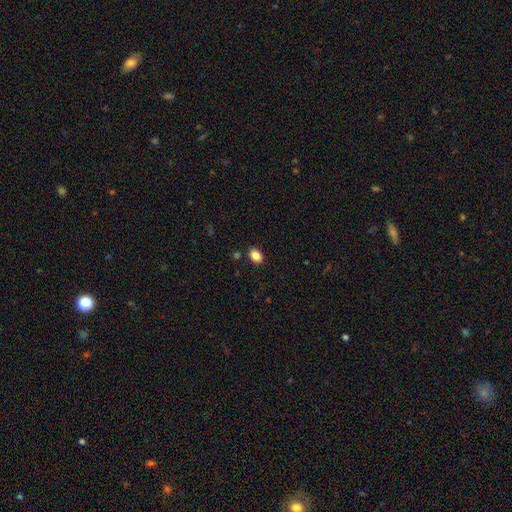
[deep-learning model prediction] The model was most divided on "how rounded": in between: 76%, round: 23%, cigar-shaped: 1%. More confident: merging — none (87%); smooth or featured — smooth (86%).